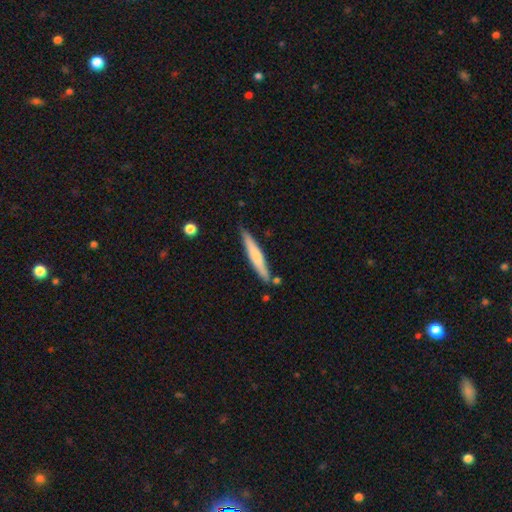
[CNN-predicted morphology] Overall: smooth (59%; featured or disk 36%). How rounded: cigar-shaped (94%). Merging: none (81%).